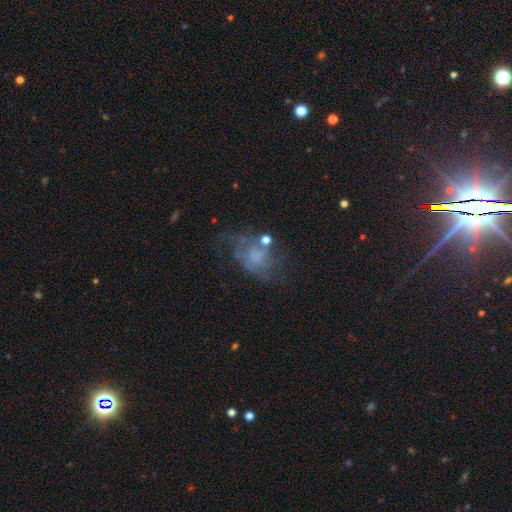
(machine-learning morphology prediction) featured or disk 58%, smooth 29%, star or artifact 14%. Down the decision tree: edge-on disk — no (97%); bar — no (77%); spiral arms — yes (61%); bulge size — none (54%); merging — none (42%).